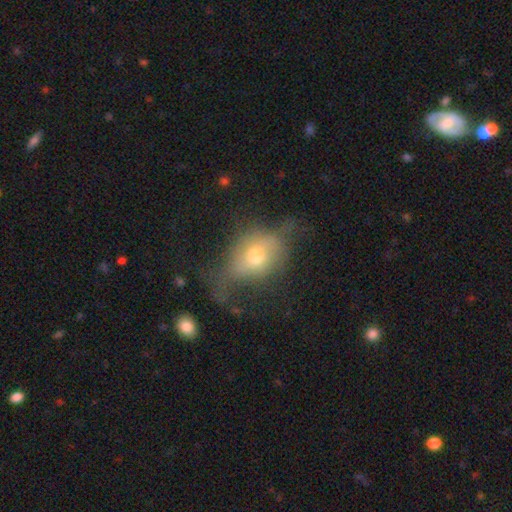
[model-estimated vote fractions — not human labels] Smooth or featured: smooth — 47% (featured or disk — 42%)
Merging: none — 35% (tied with major disturbance — 35%)